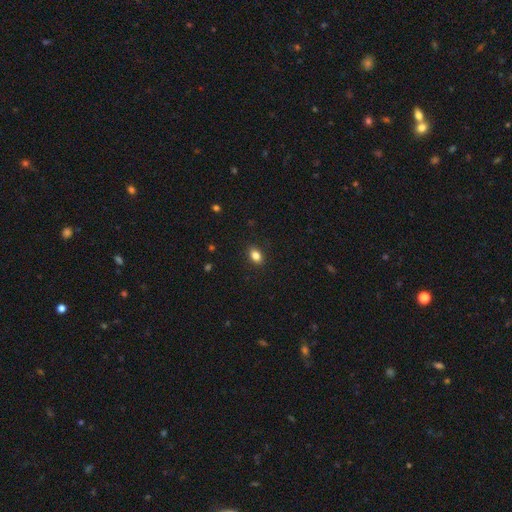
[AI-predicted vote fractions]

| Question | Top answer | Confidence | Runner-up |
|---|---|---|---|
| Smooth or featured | smooth | 84% | star or artifact (10%) |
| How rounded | in between | 78% | round (21%) |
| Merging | none | 89% | minor disturbance (8%) |